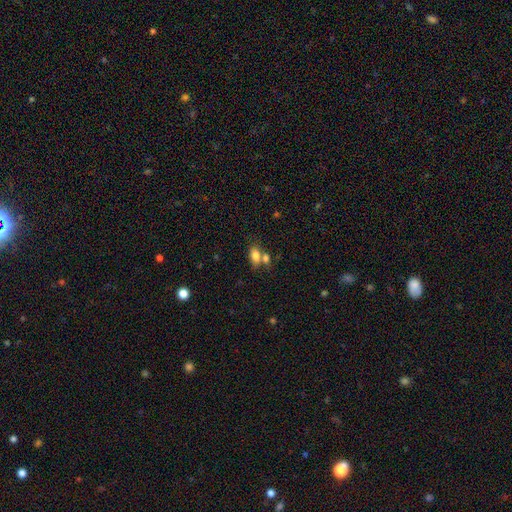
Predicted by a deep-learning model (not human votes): Smooth or featured: smooth — 80% (featured or disk — 11%)
How rounded: in between — 87% (round — 9%)
Merging: none — 46% (merger — 38%)